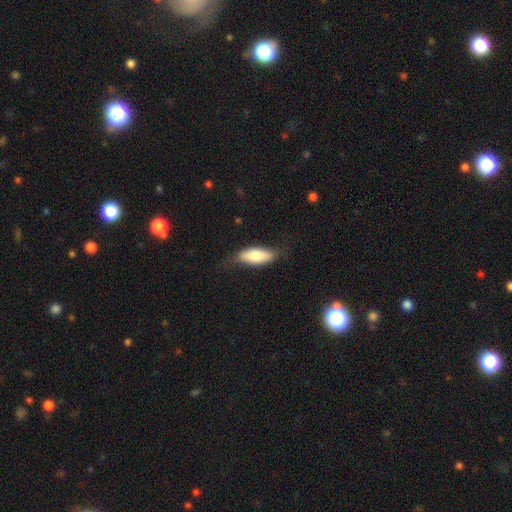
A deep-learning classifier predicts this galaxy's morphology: smooth-or-featured: smooth: 75% | featured or disk: 19% | star or artifact: 6%
  how-rounded: in between: 70% | cigar-shaped: 28% | round: 2%
  merging: none: 72% | minor disturbance: 21% | major disturbance: 6% | merger: 1%